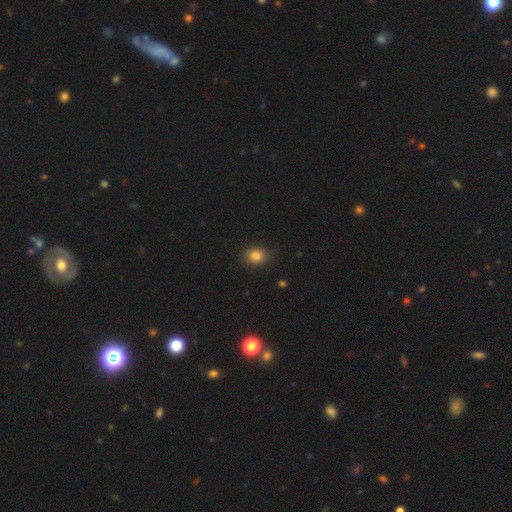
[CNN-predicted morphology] A smooth galaxy with no disk features (84%) that is round (59%). Merging: none (89%).